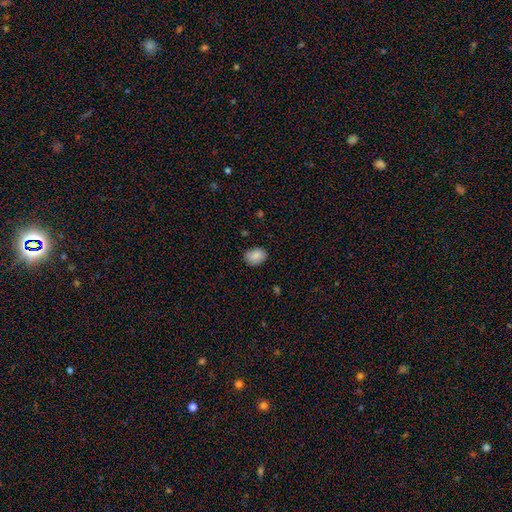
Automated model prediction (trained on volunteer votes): A smooth galaxy with no disk features (86%) that is in between round and cigar-shaped (68%).

Vote fractions:
- Smooth or featured? smooth: 86% / star or artifact: 7% / featured or disk: 7%
- How rounded? in between: 68% / round: 31% / cigar-shaped: 1%
- Merging? none: 83% / minor disturbance: 14% / major disturbance: 2% / merger: 1%